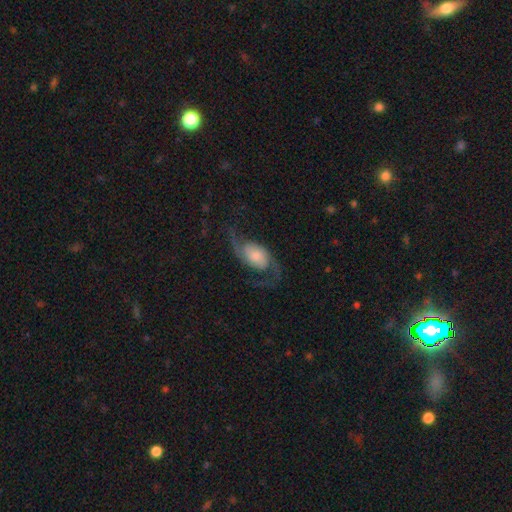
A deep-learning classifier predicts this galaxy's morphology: Smooth or featured?
  - featured or disk: 80% *
  - smooth: 14%
  - star or artifact: 6%
Edge-on disk?
  - no: 96% *
  - yes: 4%
Bar?
  - no: 65% *
  - weak: 27%
  - strong: 8%
Spiral arms?
  - yes: 95% *
  - no: 5%
Spiral winding?
  - loose: 61% *
  - medium: 31%
  - tight: 7%
Spiral arm count?
  - 2: 93% *
  - can't tell: 2%
  - 1: 2%
  - 3: 1%
  - 4: 1%
  - more than 4: 1%
Bulge size?
  - large: 27% *
  - small: 23%
  - moderate: 22%
  - none: 17%
  - dominant: 12%
Merging?
  - none: 64% *
  - major disturbance: 18%
  - minor disturbance: 17%
  - merger: 2%